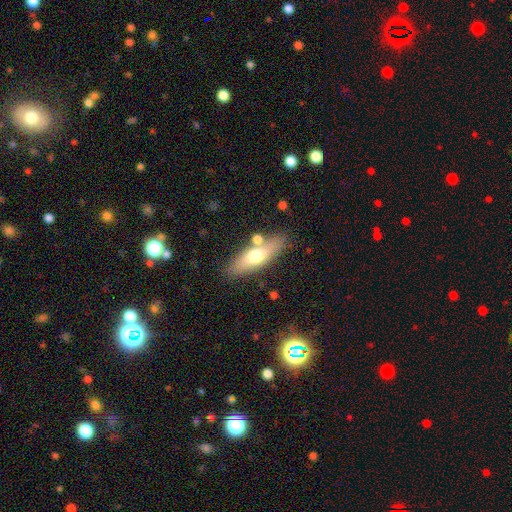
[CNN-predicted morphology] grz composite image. It shows a smooth galaxy with no disk features (60%) that is in between round and cigar-shaped (53%). Merging: none (75%).